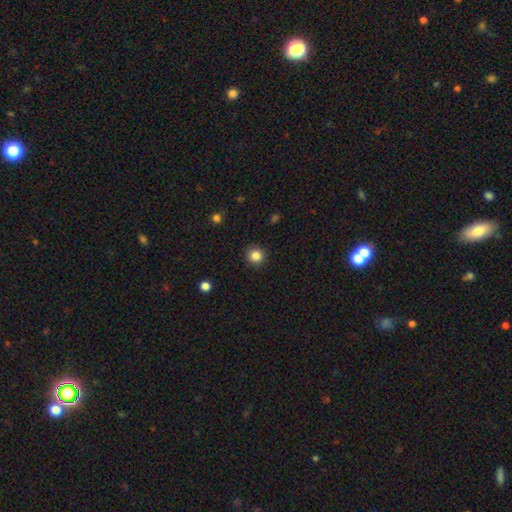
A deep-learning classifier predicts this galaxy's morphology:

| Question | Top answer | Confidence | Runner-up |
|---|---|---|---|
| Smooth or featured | smooth | 85% | star or artifact (11%) |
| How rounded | round | 93% | in between (6%) |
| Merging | none | 91% | minor disturbance (6%) |